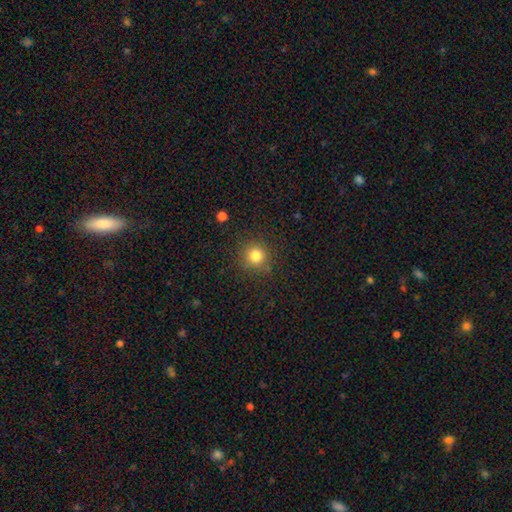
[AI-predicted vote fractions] This is clearly a smooth galaxy (81%). How rounded: clearly round (92%). Merging: clearly none (86%).